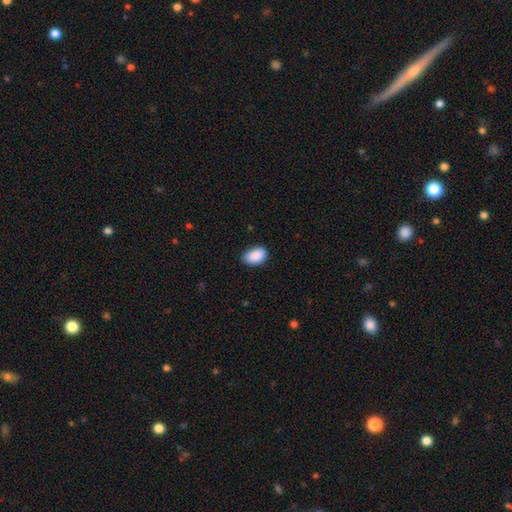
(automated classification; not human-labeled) Overall: smooth (90%). How rounded: in between (90%). Merging: none (80%).